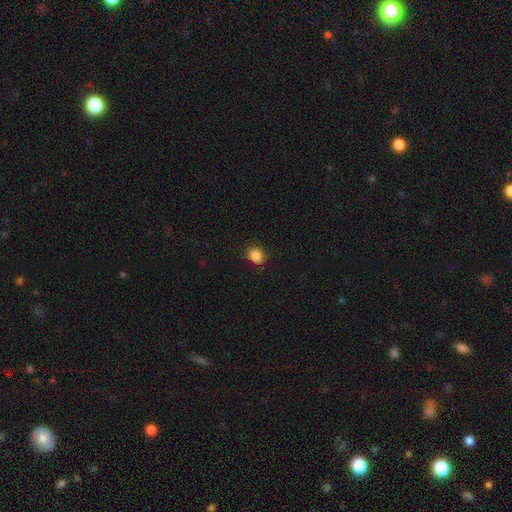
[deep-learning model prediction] A smooth galaxy with no disk features (86%) that is round (65%).

Vote fractions:
- Smooth or featured? smooth: 86% / star or artifact: 10% / featured or disk: 4%
- How rounded? round: 65% / in between: 34% / cigar-shaped: 1%
- Merging? none: 85% / minor disturbance: 12% / major disturbance: 3% / merger: 1%